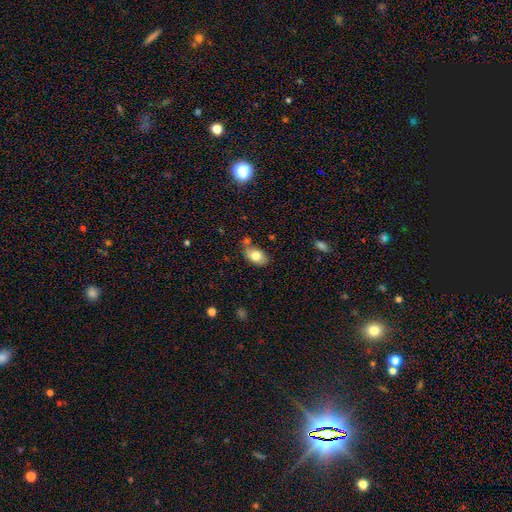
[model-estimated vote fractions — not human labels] A smooth galaxy with no disk features (79%) that is in between round and cigar-shaped (89%).

Vote fractions:
- Smooth or featured? smooth: 79% / featured or disk: 13% / star or artifact: 8%
- How rounded? in between: 89% / round: 9% / cigar-shaped: 2%
- Merging? none: 64% / minor disturbance: 20% / merger: 12% / major disturbance: 4%